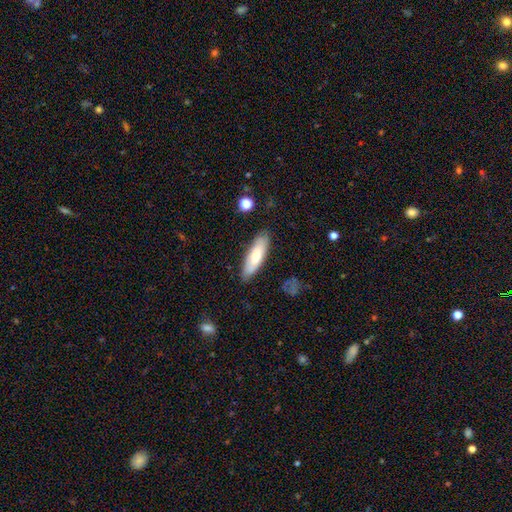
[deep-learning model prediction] Q: Smooth or featured?
A: smooth (67%); runner-up: featured or disk (27%)
Q: How rounded?
A: cigar-shaped (51%); runner-up: in between (47%)
Q: Merging?
A: none (83%); runner-up: minor disturbance (12%)